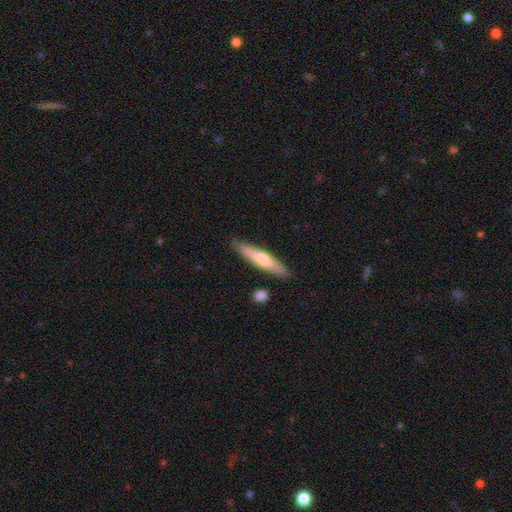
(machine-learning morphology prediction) Smooth or featured? smooth (52%)
How rounded? cigar-shaped (89%)
Merging? none (87%)